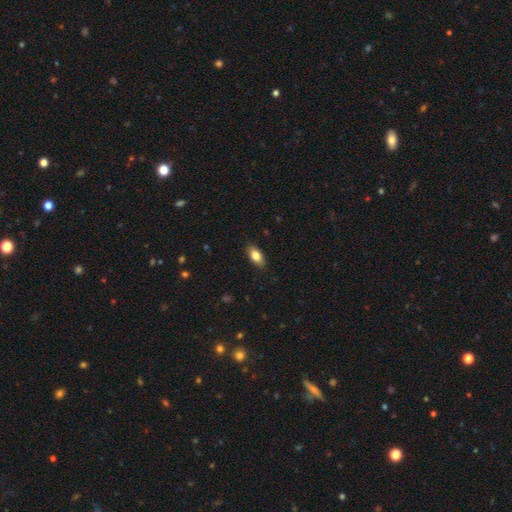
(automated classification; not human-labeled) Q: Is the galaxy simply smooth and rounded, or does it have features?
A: smooth — 82%.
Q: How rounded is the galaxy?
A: in between — 89%.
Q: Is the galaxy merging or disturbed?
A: none — 86%.